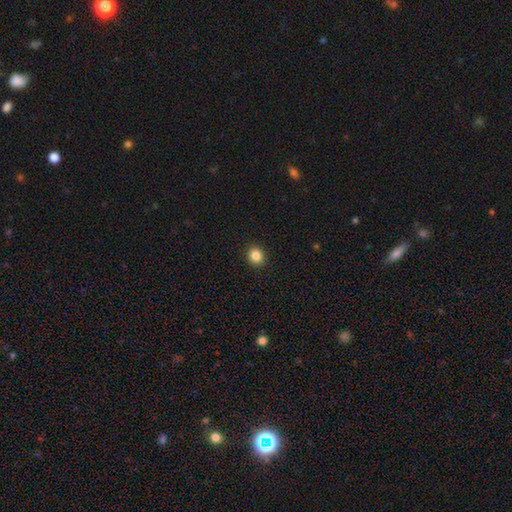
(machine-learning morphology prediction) A smooth galaxy with no disk features (84%) that is round (77%).

Vote fractions:
- Smooth or featured? smooth: 84% / star or artifact: 11% / featured or disk: 5%
- How rounded? round: 77% / in between: 22% / cigar-shaped: 1%
- Merging? none: 93% / minor disturbance: 5% / major disturbance: 2% / merger: 1%